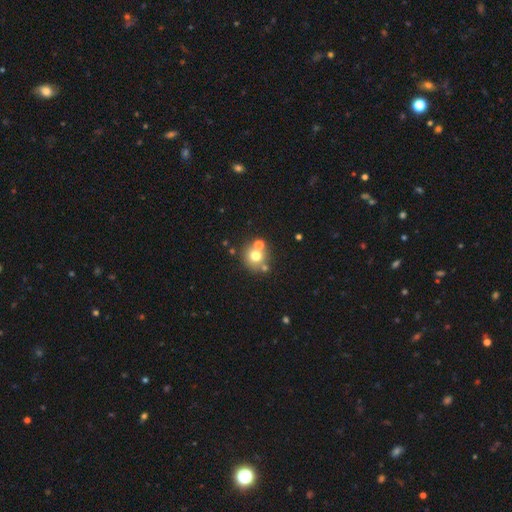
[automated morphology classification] Smooth or featured? smooth (69%)
How rounded? round (86%)
Merging? none (61%)